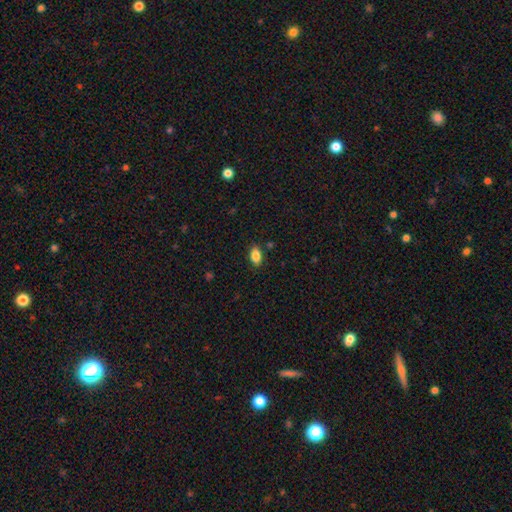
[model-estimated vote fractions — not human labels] Smooth or featured: smooth — 85% (star or artifact — 9%)
How rounded: in between — 90% (round — 7%)
Merging: none — 86% (minor disturbance — 10%)